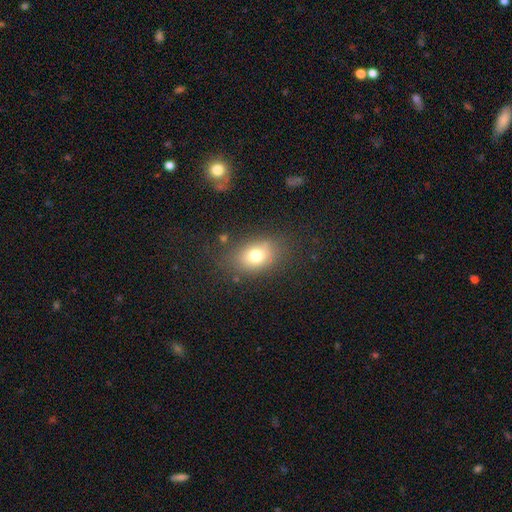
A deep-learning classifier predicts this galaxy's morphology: Overall: smooth (73%). How rounded: in between (70%). Merging: none (75%).